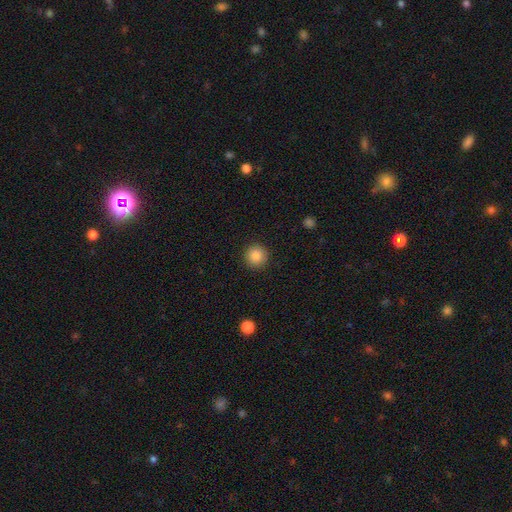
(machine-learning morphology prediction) smooth 87%, star or artifact 9%, featured or disk 4%. Down the decision tree: how rounded — round (95%); merging — none (91%).